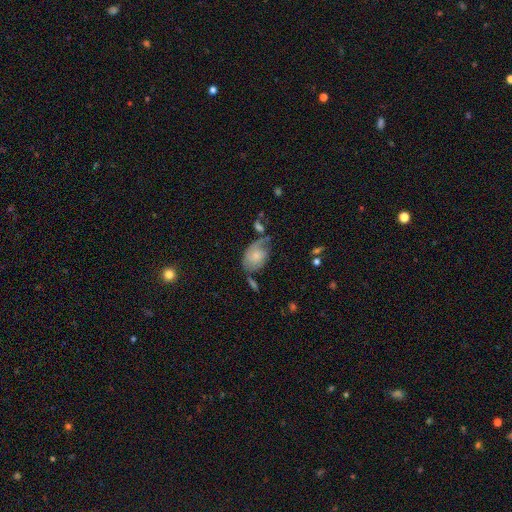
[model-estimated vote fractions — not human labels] smooth-or-featured: smooth: 55% | featured or disk: 37% | star or artifact: 8%
  how-rounded: in between: 82% | round: 17% | cigar-shaped: 2%
  merging: none: 38% | minor disturbance: 31% | major disturbance: 19% | merger: 12%